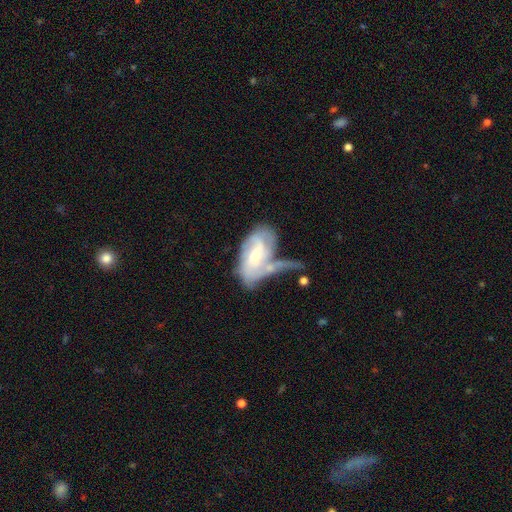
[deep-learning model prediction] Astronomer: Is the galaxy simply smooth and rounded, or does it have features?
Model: featured or disk — 61%.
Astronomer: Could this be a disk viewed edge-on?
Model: no — 94%.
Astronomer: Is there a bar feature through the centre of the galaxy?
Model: no — 55% (runner-up: weak, 34%).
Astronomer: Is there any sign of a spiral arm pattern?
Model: yes — 70%.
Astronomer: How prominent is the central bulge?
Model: moderate — 42% (runner-up: small, 41%).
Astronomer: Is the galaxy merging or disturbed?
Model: merger — 35% (runner-up: major disturbance, 27%).